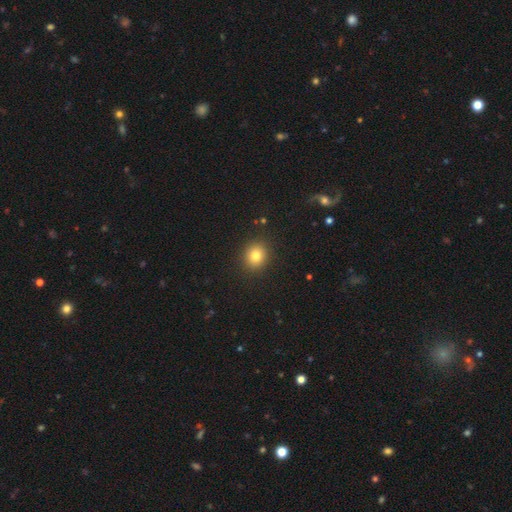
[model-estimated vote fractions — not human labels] The model was most divided on "how rounded": round: 77%, in between: 22%, cigar-shaped: 1%. More confident: merging — none (90%); smooth or featured — smooth (80%).